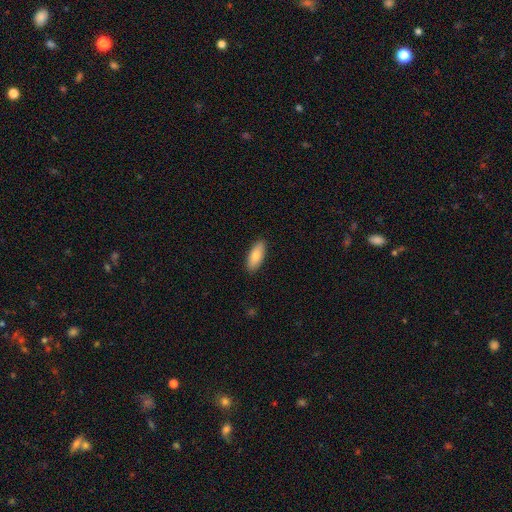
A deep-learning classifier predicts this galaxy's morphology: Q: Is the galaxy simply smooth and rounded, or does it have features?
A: smooth — 85%.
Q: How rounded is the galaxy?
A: in between — 79%.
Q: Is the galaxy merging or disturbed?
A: none — 90%.